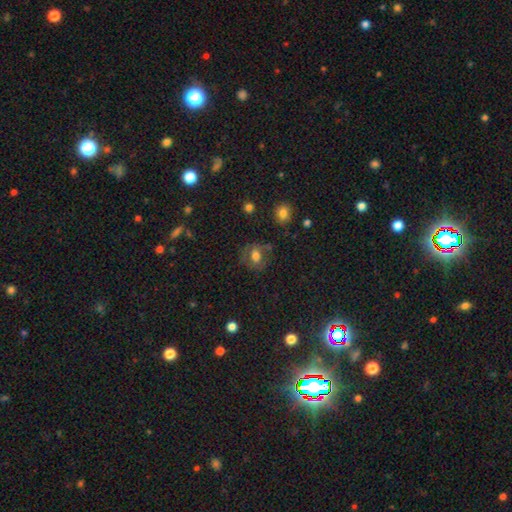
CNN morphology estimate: Smooth or featured? smooth (61%)
How rounded? round (51%)
Merging? none (63%)